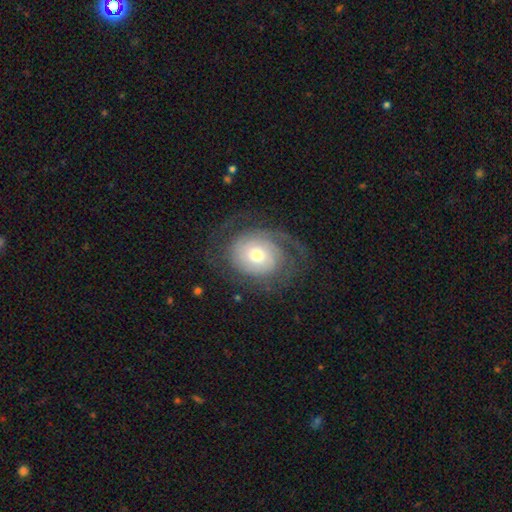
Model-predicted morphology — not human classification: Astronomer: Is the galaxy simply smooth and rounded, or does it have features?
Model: featured or disk — 80%.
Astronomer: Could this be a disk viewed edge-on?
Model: no — 97%.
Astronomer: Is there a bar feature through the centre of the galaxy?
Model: no — 75%.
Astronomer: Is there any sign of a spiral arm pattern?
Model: yes — 94%.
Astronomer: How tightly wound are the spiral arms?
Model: tight — 62%.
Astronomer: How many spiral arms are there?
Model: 2 — 35% (runner-up: can't tell, 30%).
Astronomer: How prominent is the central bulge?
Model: moderate — 54% (runner-up: small, 34%).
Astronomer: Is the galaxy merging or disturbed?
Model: none — 69%.